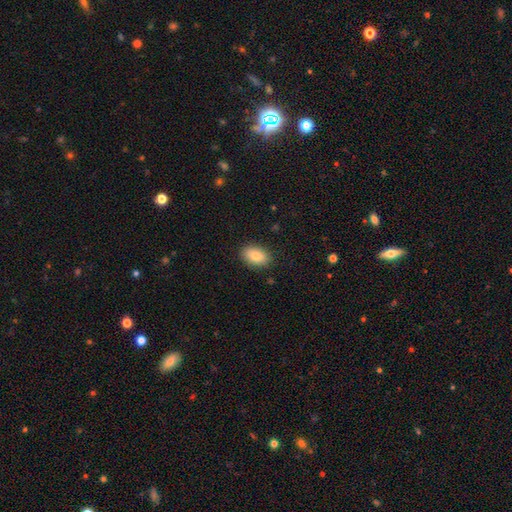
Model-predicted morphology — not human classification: A smooth galaxy with no disk features (85%) that is in between round and cigar-shaped (88%).

Vote fractions:
- Smooth or featured? smooth: 85% / featured or disk: 8% / star or artifact: 7%
- How rounded? in between: 88% / round: 11% / cigar-shaped: 1%
- Merging? none: 87% / minor disturbance: 10% / major disturbance: 2% / merger: 1%